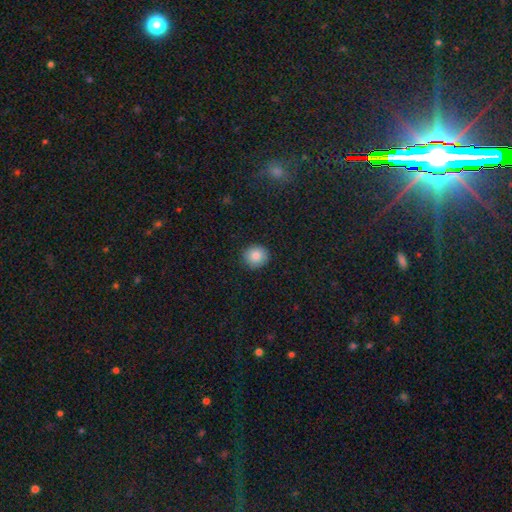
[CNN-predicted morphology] type=smooth (86%); roundness=round (91%); merging=none (90%).